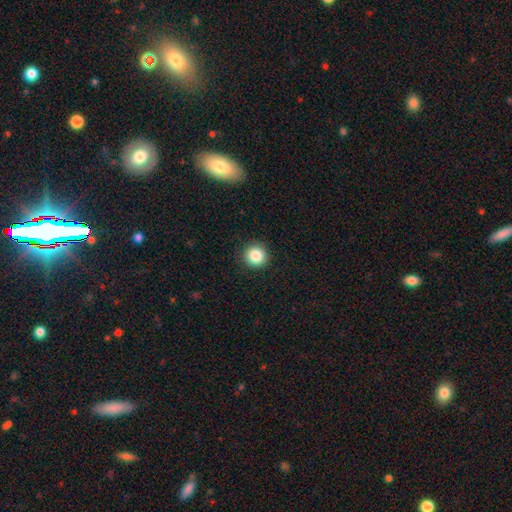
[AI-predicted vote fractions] This appears to be a smooth galaxy with no disk features (86%) that is round (95%). Merging: none (91%).